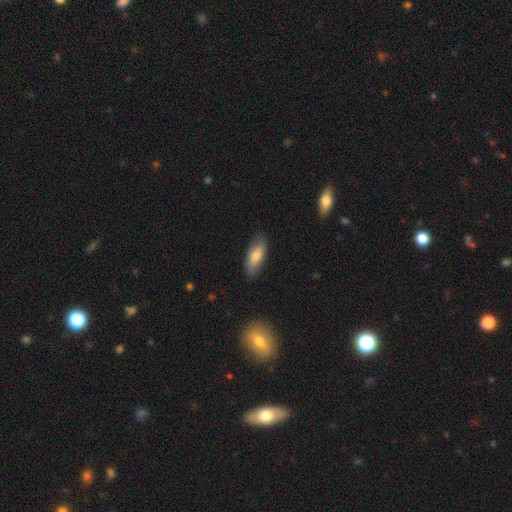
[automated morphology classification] smooth 76%, featured or disk 18%, star or artifact 6%. Down the decision tree: how rounded — in between (75%); merging — none (82%).